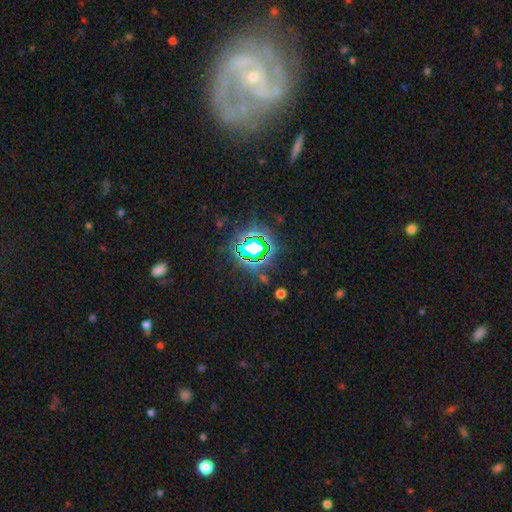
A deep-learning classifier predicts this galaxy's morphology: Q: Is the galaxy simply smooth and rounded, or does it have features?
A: star or artifact — 45%.